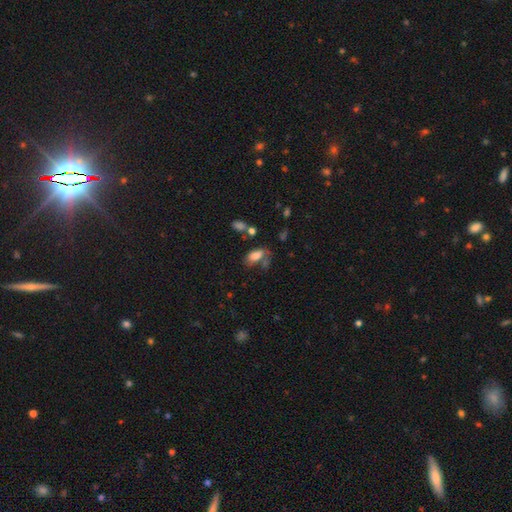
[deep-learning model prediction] Morphology: type=smooth (75%); roundness=in between (90%); merging=none (43%).